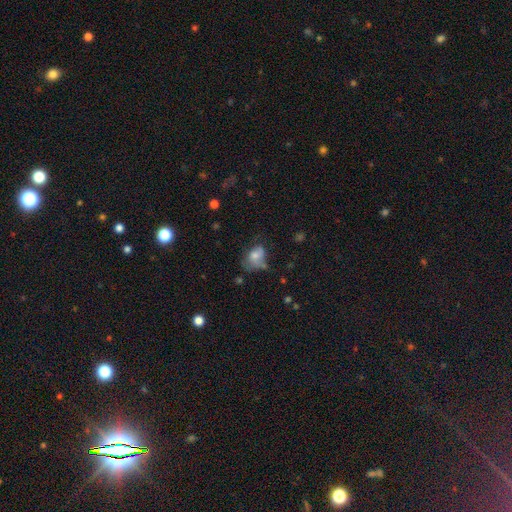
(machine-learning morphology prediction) Smooth or featured? Predicted: smooth (p=0.67). How rounded? Predicted: in between (p=0.72). Merging? Predicted: minor disturbance (p=0.33).